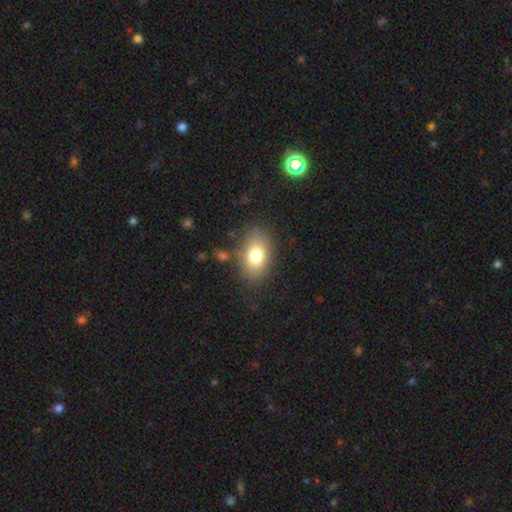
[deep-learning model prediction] smooth-or-featured: smooth: 78% | featured or disk: 13% | star or artifact: 9%
  how-rounded: in between: 85% | round: 14% | cigar-shaped: 1%
  merging: none: 78% | minor disturbance: 14% | major disturbance: 5% | merger: 3%